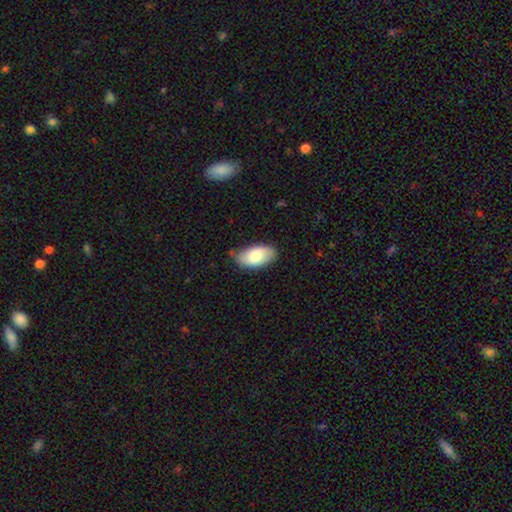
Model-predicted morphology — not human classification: Overall: smooth (77%). How rounded: in between (95%). Merging: none (77%).